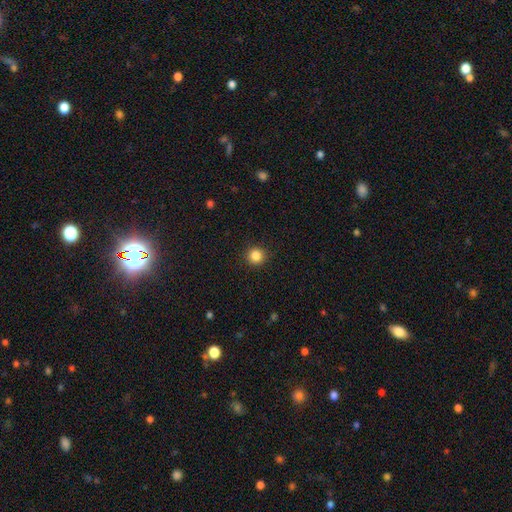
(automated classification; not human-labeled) Smooth or featured: smooth — 86% (star or artifact — 11%)
How rounded: round — 94% (in between — 5%)
Merging: none — 92% (minor disturbance — 5%)